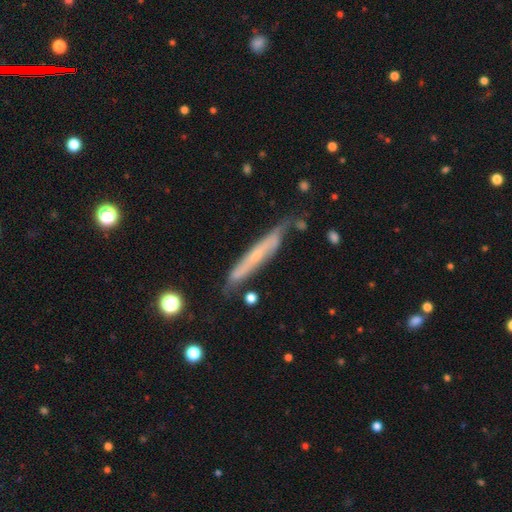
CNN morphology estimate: This appears to be a featured or disk galaxy (56%) viewed edge-on (83%). Merging: none (72%).